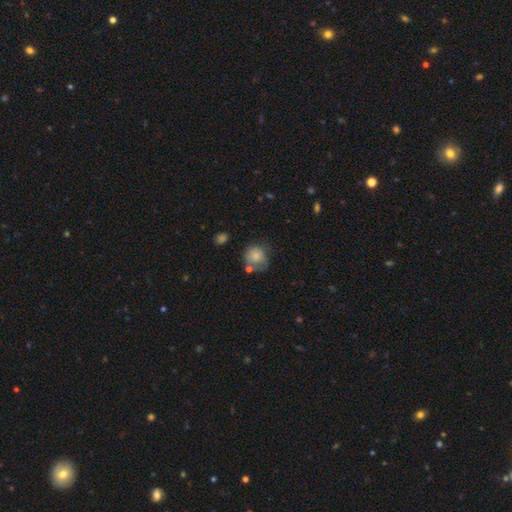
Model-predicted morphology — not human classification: A smooth galaxy with no disk features (76%) that is round (80%). Merging: none (47%).